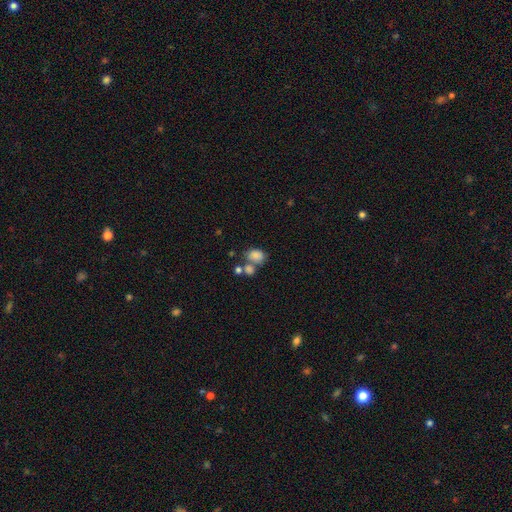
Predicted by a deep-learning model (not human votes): This appears to be a smooth galaxy with no disk features (80%) that is in between round and cigar-shaped (67%). Merging: none (42%).